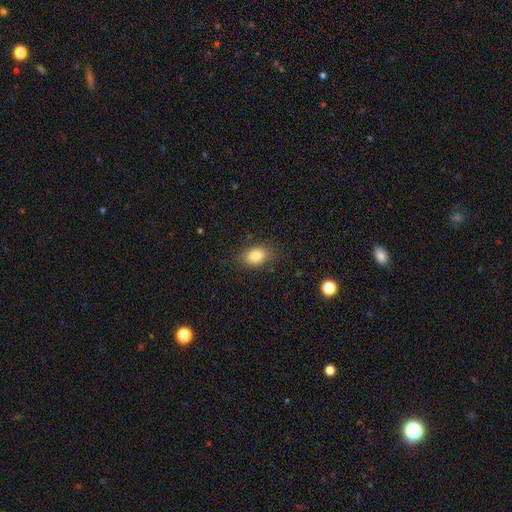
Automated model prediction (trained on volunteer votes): The model was most divided on "how rounded": in between: 72%, round: 27%, cigar-shaped: 1%. More confident: smooth or featured — smooth (83%); merging — none (82%).